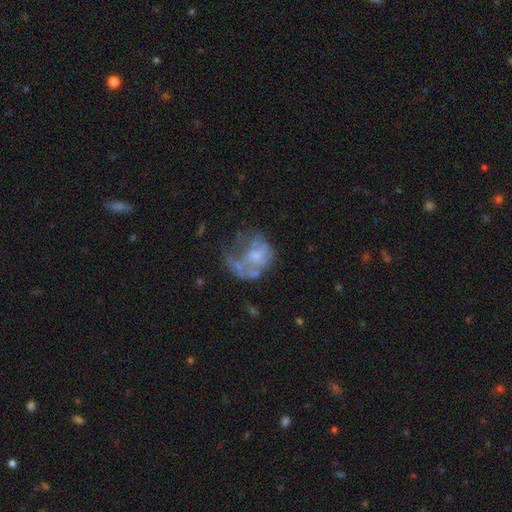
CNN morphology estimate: This appears to be a featured or disk galaxy (57%) with no bar (80%), no spiral arms (80%) and no central bulge (35%). Merging: major disturbance (41%).